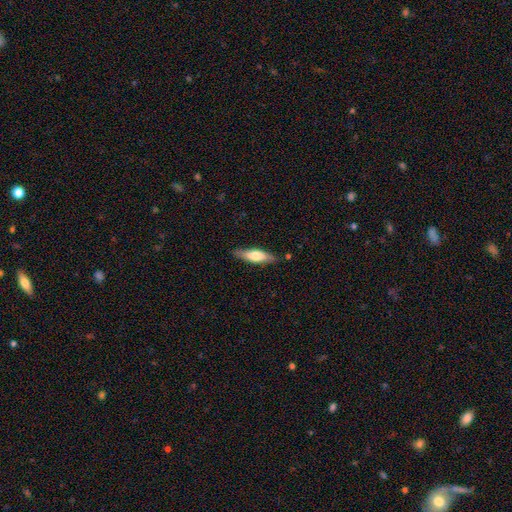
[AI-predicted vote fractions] smooth 61%, featured or disk 33%, star or artifact 6%. Down the decision tree: how rounded — cigar-shaped (60%); merging — none (83%).